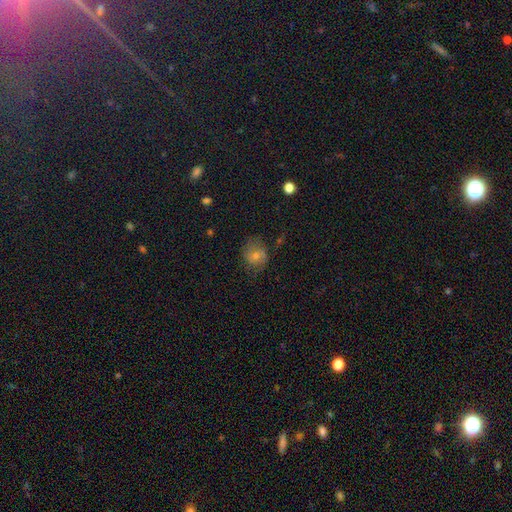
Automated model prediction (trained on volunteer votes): Smooth or featured?
  - smooth: 66% *
  - featured or disk: 23%
  - star or artifact: 11%
How rounded?
  - round: 65% *
  - in between: 34%
  - cigar-shaped: 1%
Merging?
  - none: 59% *
  - minor disturbance: 25%
  - major disturbance: 13%
  - merger: 3%